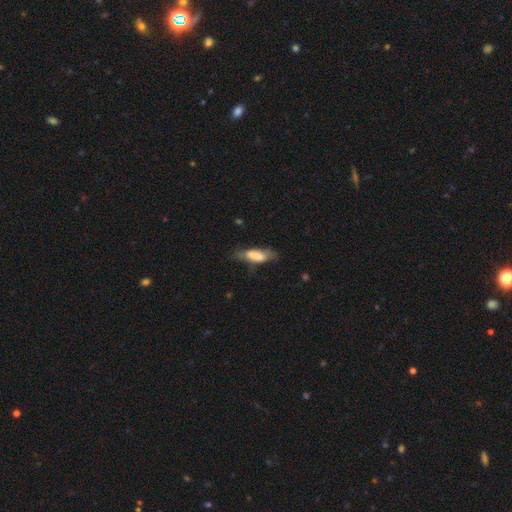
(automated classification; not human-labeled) Morphology: type=smooth (70%); roundness=in between (58%); merging=none (51%).